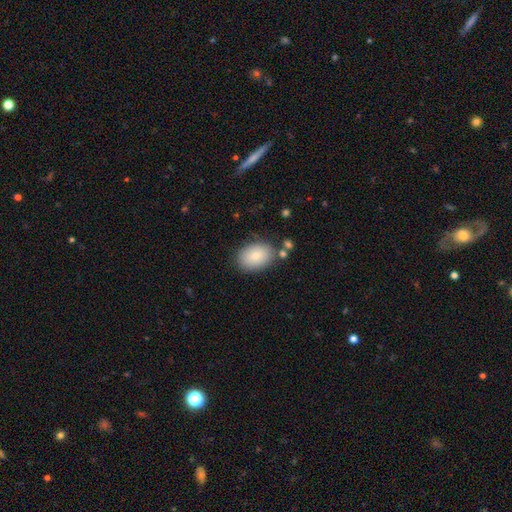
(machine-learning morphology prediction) Smooth or featured?
  - smooth: 84% *
  - featured or disk: 9%
  - star or artifact: 7%
How rounded?
  - in between: 84% *
  - round: 14%
  - cigar-shaped: 1%
Merging?
  - none: 79% *
  - minor disturbance: 13%
  - merger: 4%
  - major disturbance: 4%